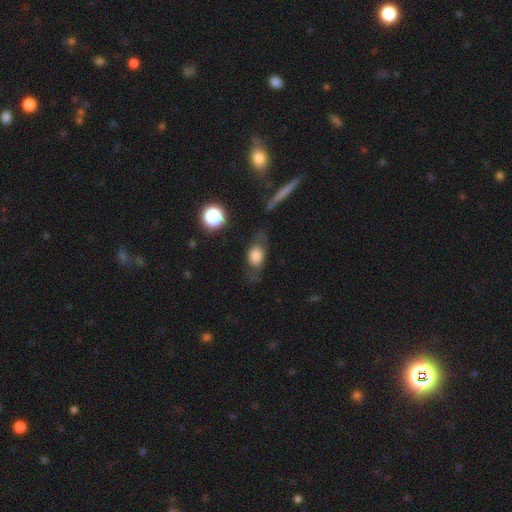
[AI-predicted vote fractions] Overall: smooth (65%; featured or disk 25%). How rounded: in between (72%). Merging: none (60%; minor disturbance 20%).